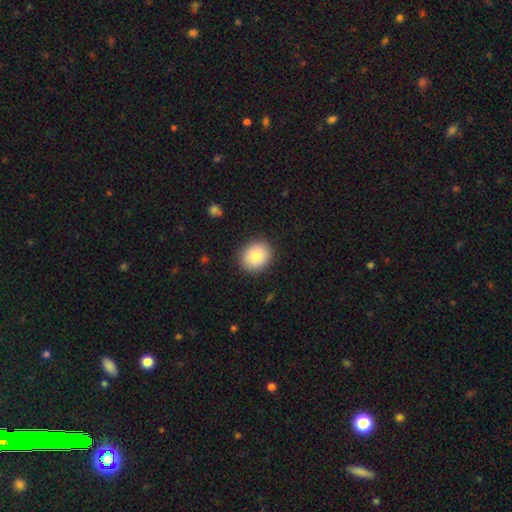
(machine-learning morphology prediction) Smooth or featured: smooth — 83% (featured or disk — 9%)
How rounded: round — 65% (in between — 34%)
Merging: none — 89% (minor disturbance — 8%)